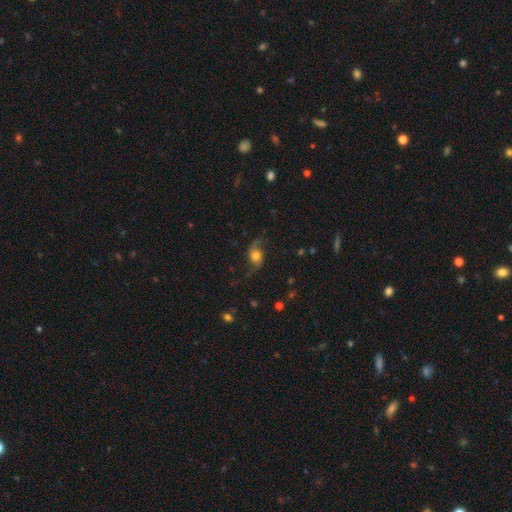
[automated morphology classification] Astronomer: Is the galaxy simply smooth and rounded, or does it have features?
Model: featured or disk — 68%.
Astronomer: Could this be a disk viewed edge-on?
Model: no — 95%.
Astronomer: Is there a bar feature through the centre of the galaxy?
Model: no — 70%.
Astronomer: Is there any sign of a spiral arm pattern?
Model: yes — 94%.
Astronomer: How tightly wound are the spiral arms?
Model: loose — 83%.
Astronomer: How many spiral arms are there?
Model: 2 — 91%.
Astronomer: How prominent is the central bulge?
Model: moderate — 44% (runner-up: large, 30%).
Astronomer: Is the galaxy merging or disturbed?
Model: none — 69%.